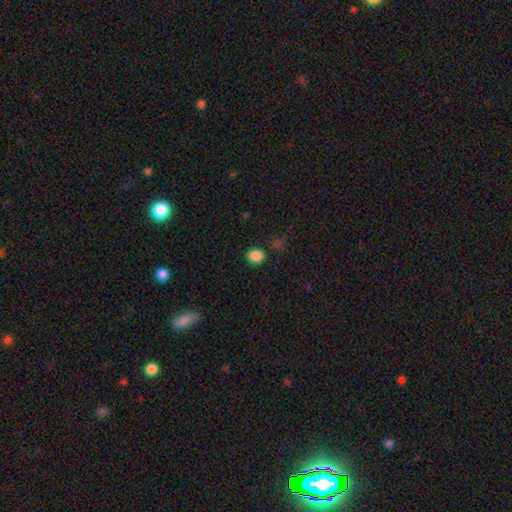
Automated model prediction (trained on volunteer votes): Smooth or featured? smooth (86%)
How rounded? round (64%)
Merging? none (88%)